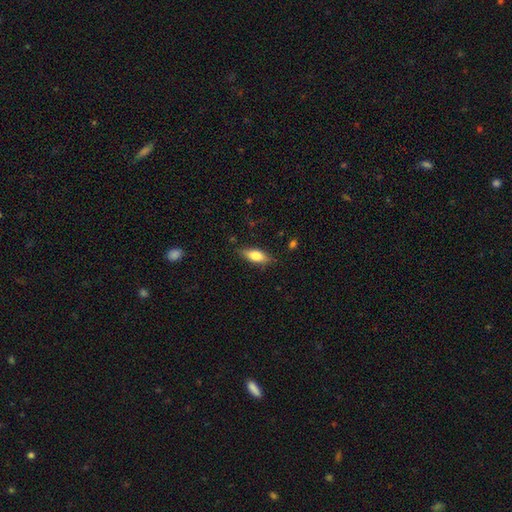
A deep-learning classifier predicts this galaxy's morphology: Overall: smooth (72%). How rounded: in between (72%). Merging: none (82%).